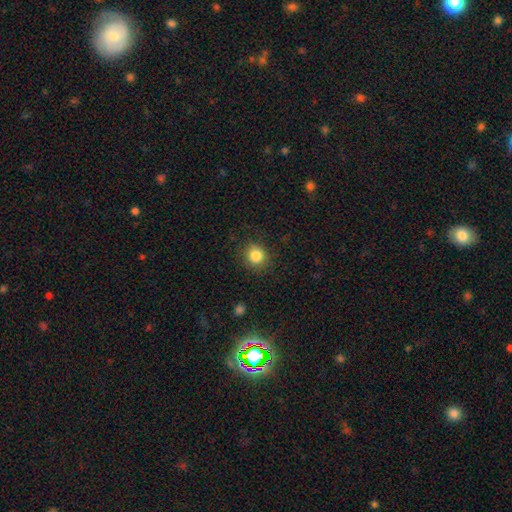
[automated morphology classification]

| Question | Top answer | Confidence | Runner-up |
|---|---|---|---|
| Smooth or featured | smooth | 83% | star or artifact (11%) |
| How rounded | round | 89% | in between (10%) |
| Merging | none | 87% | minor disturbance (9%) |